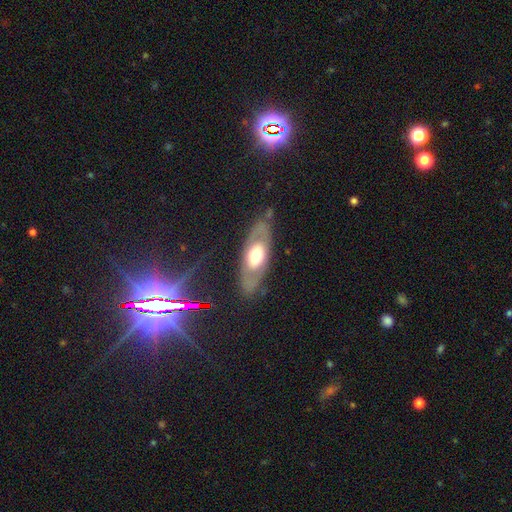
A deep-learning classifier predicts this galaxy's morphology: Overall: featured or disk (55%; smooth 40%). Edge-on disk: no (77%). Merging: none (78%).